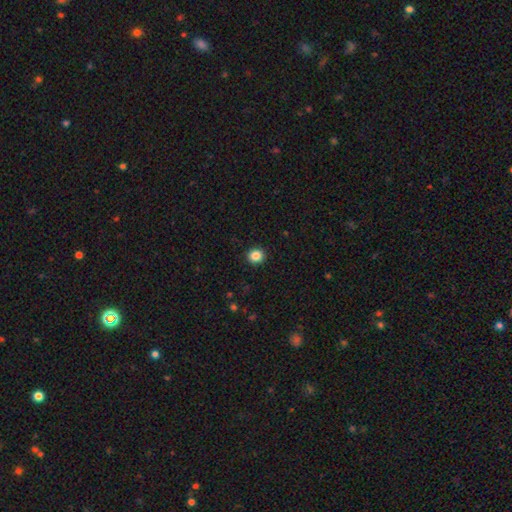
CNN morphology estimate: Q: Smooth or featured?
A: smooth (86%); runner-up: star or artifact (11%)
Q: How rounded?
A: round (89%); runner-up: in between (10%)
Q: Merging?
A: none (93%); runner-up: minor disturbance (5%)